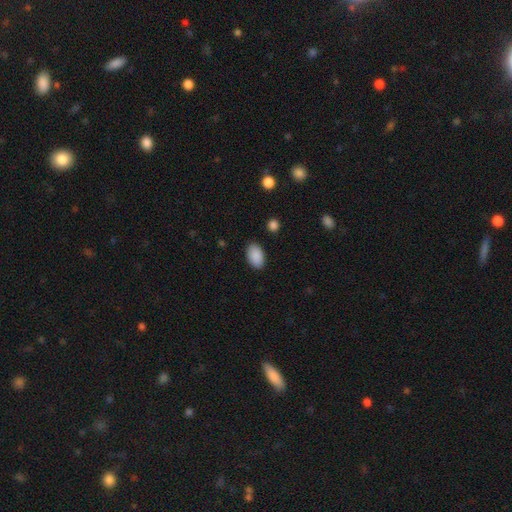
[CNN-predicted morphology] This appears to be a smooth galaxy with no disk features (90%) that is in between round and cigar-shaped (93%). Merging: none (88%).